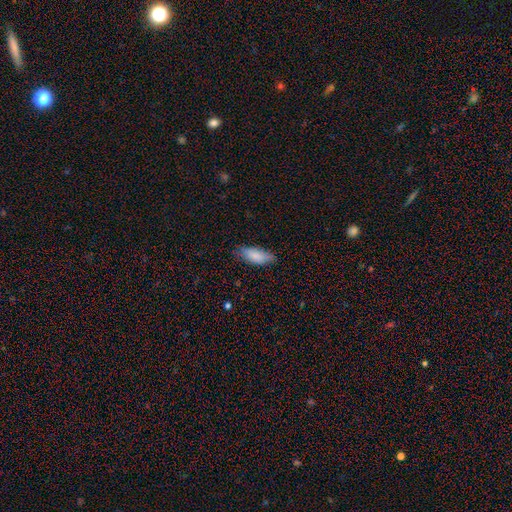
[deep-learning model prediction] smooth-or-featured: smooth: 83% | featured or disk: 10% | star or artifact: 6%
  how-rounded: in between: 77% | cigar-shaped: 21% | round: 2%
  merging: none: 72% | minor disturbance: 23% | major disturbance: 4% | merger: 1%